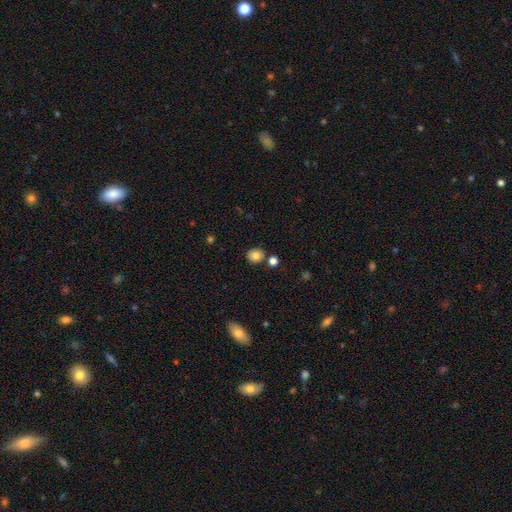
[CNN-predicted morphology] A smooth galaxy with no disk features (81%) that is round (70%).

Vote fractions:
- Smooth or featured? smooth: 81% / star or artifact: 10% / featured or disk: 8%
- How rounded? round: 70% / in between: 29% / cigar-shaped: 1%
- Merging? none: 80% / minor disturbance: 9% / merger: 8% / major disturbance: 2%